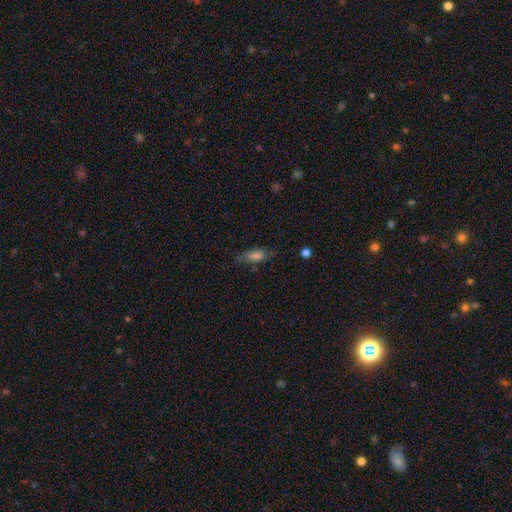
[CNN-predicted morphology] Smooth or featured: smooth — 70% (featured or disk — 18%)
How rounded: in between — 62% (cigar-shaped — 34%)
Merging: none — 63% (minor disturbance — 25%)